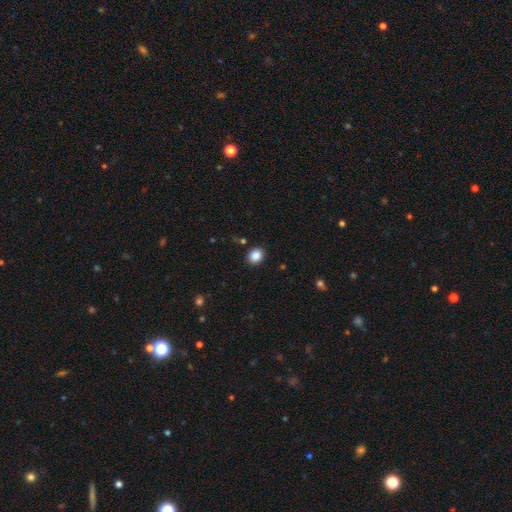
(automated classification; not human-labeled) Morphology: type=smooth (87%); roundness=round (59%); merging=none (89%).